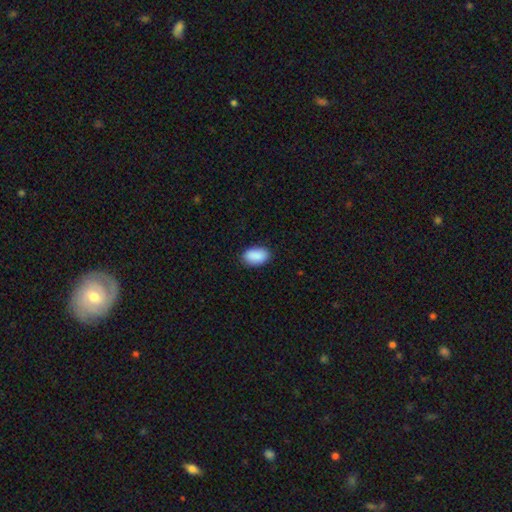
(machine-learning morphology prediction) The model was most divided on "merging": none: 86%, minor disturbance: 11%, major disturbance: 2%, merger: 1%. More confident: how rounded — in between (92%); smooth or featured — smooth (91%).